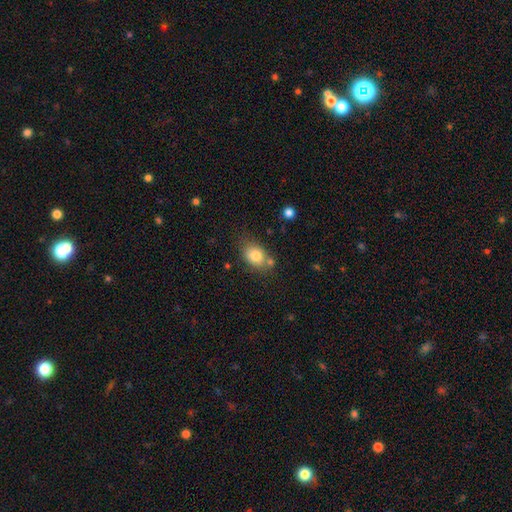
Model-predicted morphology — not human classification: This is clearly a smooth galaxy (81%). How rounded: likely in between (70%). Merging: likely none (66%).